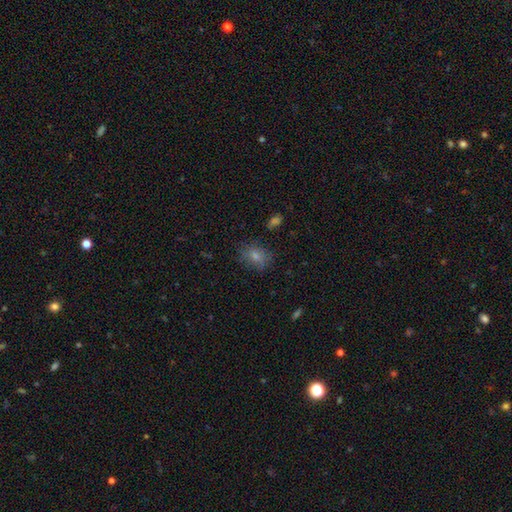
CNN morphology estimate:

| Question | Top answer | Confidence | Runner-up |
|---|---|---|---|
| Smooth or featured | smooth | 57% | star or artifact (25%) |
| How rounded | in between | 50% | round (49%) |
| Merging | none | 77% | minor disturbance (15%) |